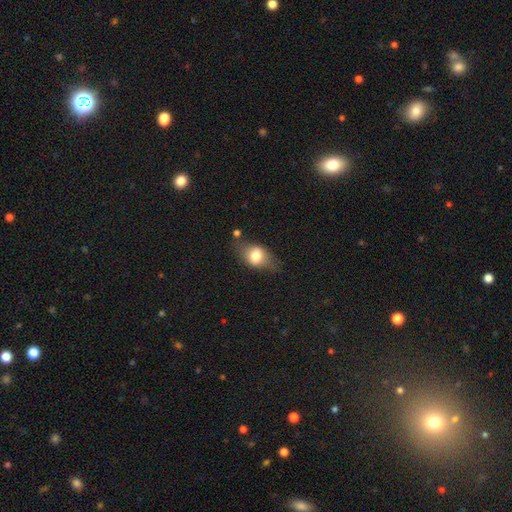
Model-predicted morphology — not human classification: Overall: smooth (63%; featured or disk 28%). How rounded: in between (71%). Merging: none (64%).